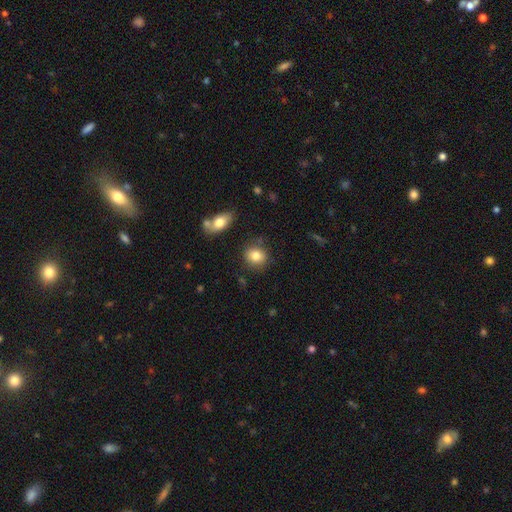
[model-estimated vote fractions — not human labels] smooth-or-featured: smooth: 83% | star or artifact: 9% | featured or disk: 8%
  how-rounded: round: 74% | in between: 24% | cigar-shaped: 1%
  merging: none: 82% | minor disturbance: 11% | merger: 4% | major disturbance: 3%